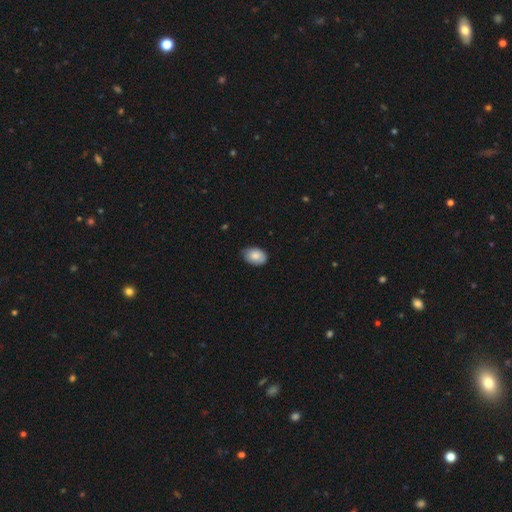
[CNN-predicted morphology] A smooth galaxy with no disk features (82%) that is in between round and cigar-shaped (85%).

Vote fractions:
- Smooth or featured? smooth: 82% / featured or disk: 11% / star or artifact: 7%
- How rounded? in between: 85% / round: 14% / cigar-shaped: 1%
- Merging? none: 73% / minor disturbance: 23% / major disturbance: 3% / merger: 1%